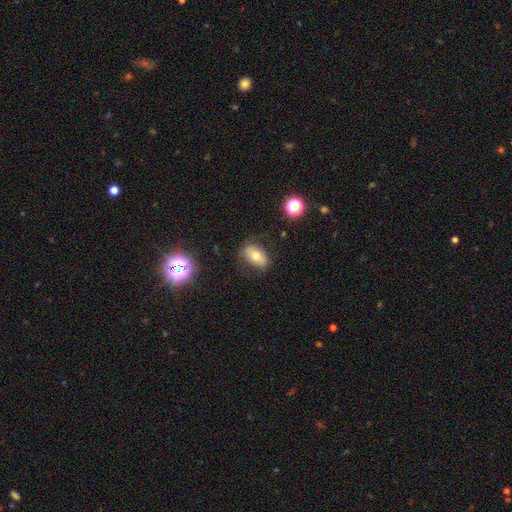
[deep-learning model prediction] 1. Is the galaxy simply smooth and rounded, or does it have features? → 64% smooth, 24% featured or disk, 12% star or artifact.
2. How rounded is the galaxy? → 87% in between, 11% round, 2% cigar-shaped.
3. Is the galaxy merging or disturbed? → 78% none, 15% minor disturbance, 5% major disturbance, 2% merger.